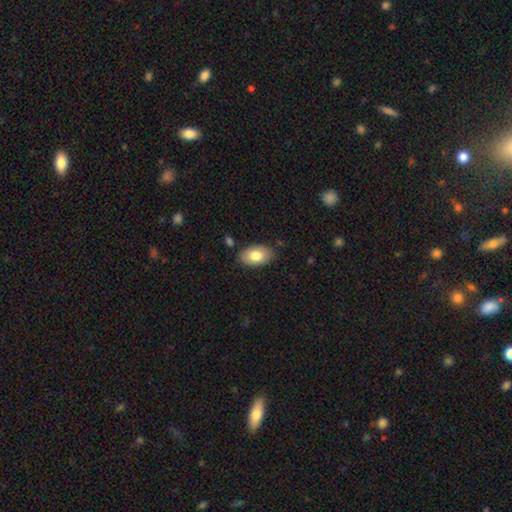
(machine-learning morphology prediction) smooth-or-featured: smooth: 78% | featured or disk: 16% | star or artifact: 6%
  how-rounded: in between: 93% | round: 6% | cigar-shaped: 1%
  merging: none: 84% | minor disturbance: 12% | major disturbance: 3% | merger: 2%